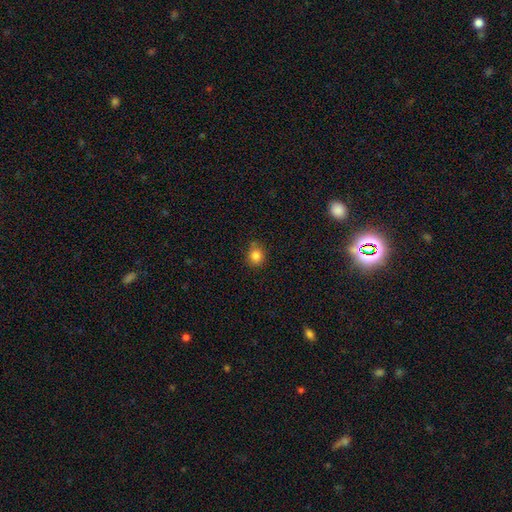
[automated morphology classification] smooth-or-featured: smooth: 84% | star or artifact: 12% | featured or disk: 4%
  how-rounded: round: 76% | in between: 23% | cigar-shaped: 1%
  merging: none: 76% | minor disturbance: 17% | major disturbance: 4% | merger: 3%